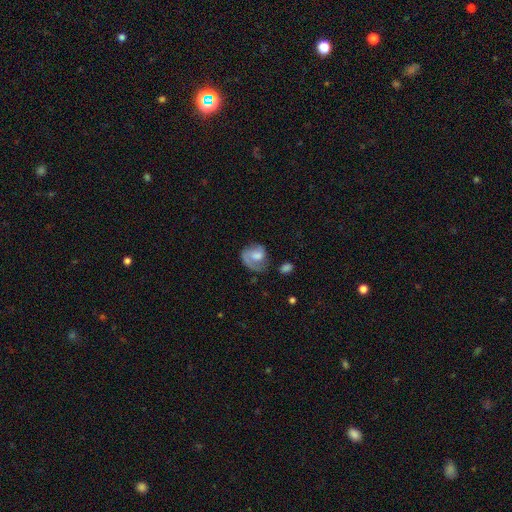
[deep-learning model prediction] A featured or disk galaxy (64%) with no bar (57%), 1 (52%) medium (42%) spiral arms (86%) and a moderate central bulge (37%).

Vote fractions:
- Smooth or featured? featured or disk: 64% / smooth: 29% / star or artifact: 7%
- Edge-on disk? no: 98% / yes: 2%
- Bar? no: 57% / weak: 36% / strong: 8%
- Spiral arms? yes: 86% / no: 14%
- Spiral winding? medium: 42% / tight: 34% / loose: 24%
- Spiral arm count? 1: 52% / 2: 36% / can't tell: 9% / 3: 2% / 4: 1% / more than 4: 1%
- Bulge size? moderate: 37% / large: 24% / small: 18% / none: 17% / dominant: 3%
- Merging? none: 49% / major disturbance: 23% / minor disturbance: 23% / merger: 4%